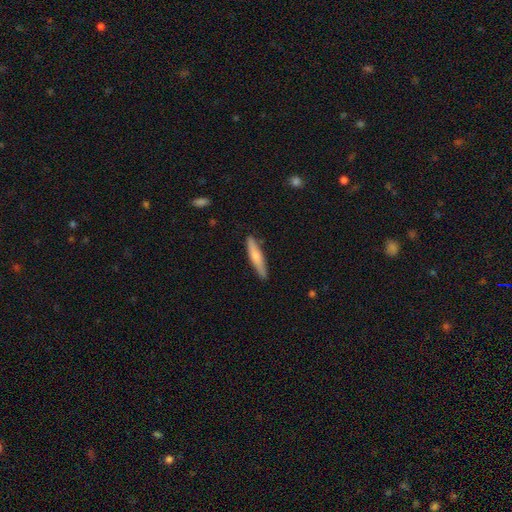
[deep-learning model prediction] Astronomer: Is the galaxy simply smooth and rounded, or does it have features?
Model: smooth — 65%.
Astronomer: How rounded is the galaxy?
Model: cigar-shaped — 88%.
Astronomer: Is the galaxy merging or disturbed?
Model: none — 84%.